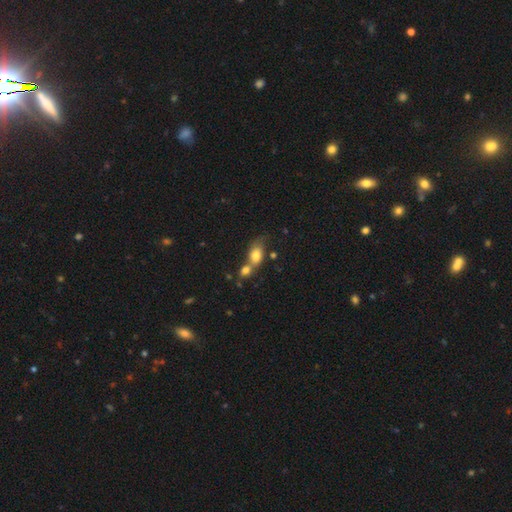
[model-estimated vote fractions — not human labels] This is likely a smooth galaxy (78%). How rounded: likely in between (72%). Merging: possibly merger (59%).